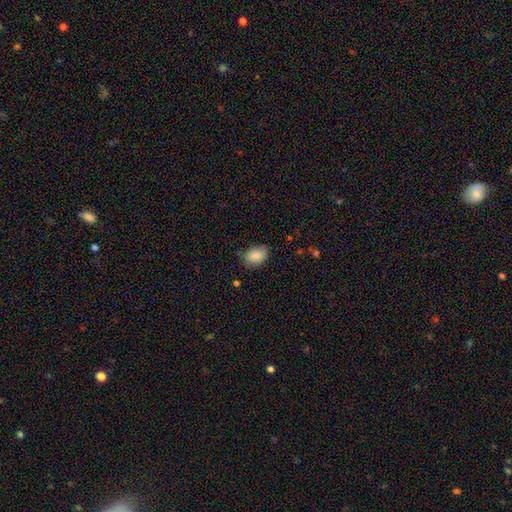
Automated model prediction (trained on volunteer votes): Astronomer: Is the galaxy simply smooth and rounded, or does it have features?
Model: smooth — 86%.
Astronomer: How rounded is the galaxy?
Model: in between — 80%.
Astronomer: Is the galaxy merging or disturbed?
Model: none — 73%.